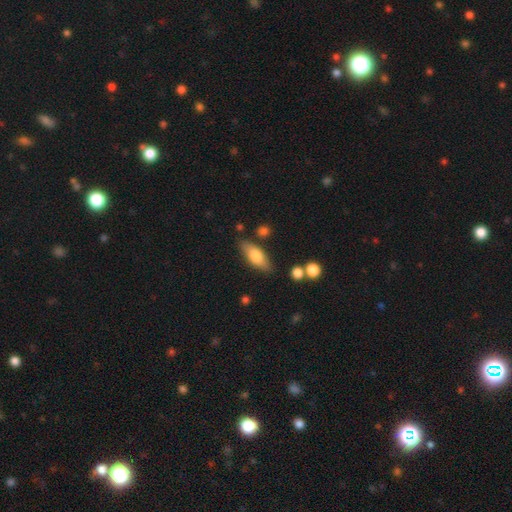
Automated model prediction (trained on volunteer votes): A smooth galaxy with no disk features (70%) that is in between round and cigar-shaped (69%). Merging: none (80%).